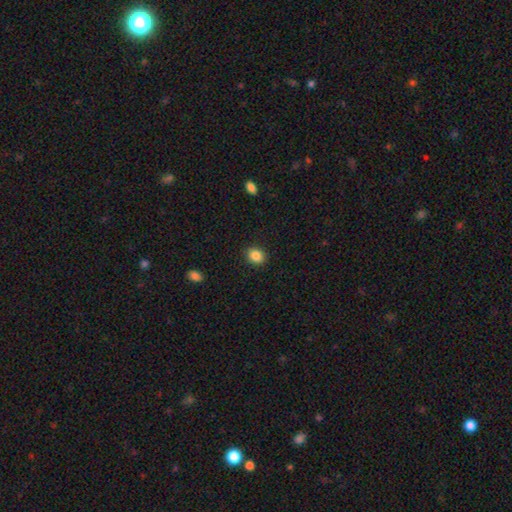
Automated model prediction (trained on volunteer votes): Overall: smooth (86%). How rounded: round (50%; in between 49%). Merging: none (89%).